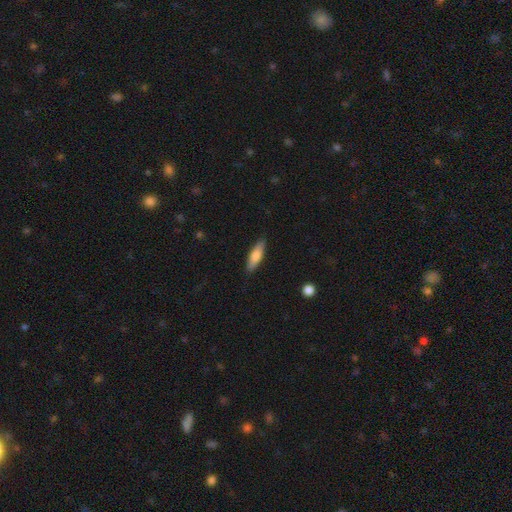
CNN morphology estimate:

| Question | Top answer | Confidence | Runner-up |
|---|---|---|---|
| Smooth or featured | smooth | 73% | featured or disk (22%) |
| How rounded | cigar-shaped | 59% | in between (39%) |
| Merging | none | 87% | minor disturbance (10%) |